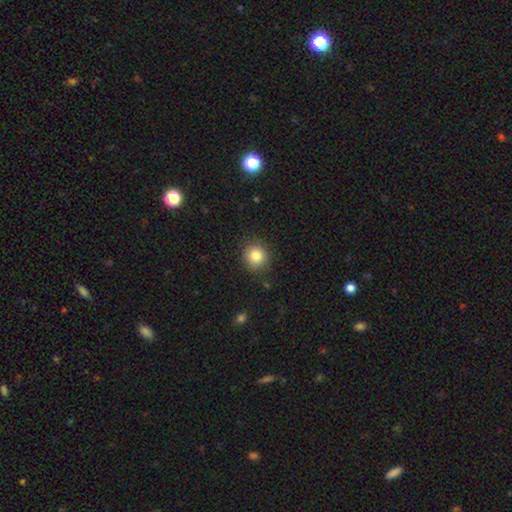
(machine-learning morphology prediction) Smooth or featured? Predicted: smooth (p=0.84). How rounded? Predicted: round (p=0.89). Merging? Predicted: none (p=0.87).